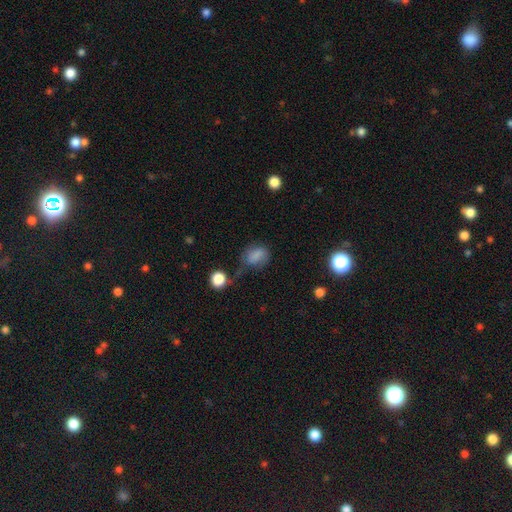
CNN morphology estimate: smooth-or-featured: smooth: 77% | star or artifact: 12% | featured or disk: 11%
  how-rounded: in between: 65% | round: 34% | cigar-shaped: 2%
  merging: none: 39% | minor disturbance: 27% | major disturbance: 26% | merger: 9%